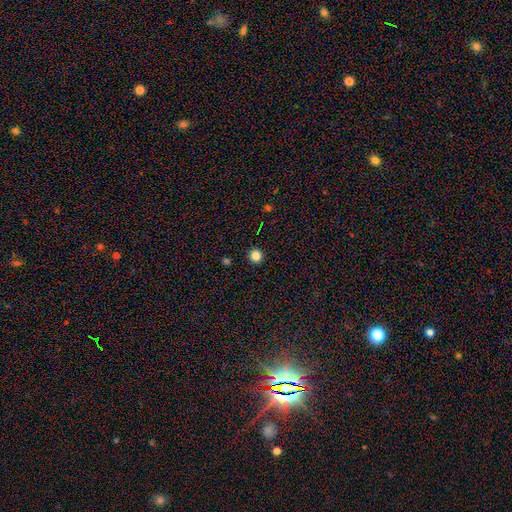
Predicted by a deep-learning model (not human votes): Q: Smooth or featured?
A: smooth (84%); runner-up: star or artifact (13%)
Q: How rounded?
A: round (96%); runner-up: in between (3%)
Q: Merging?
A: none (94%); runner-up: minor disturbance (4%)